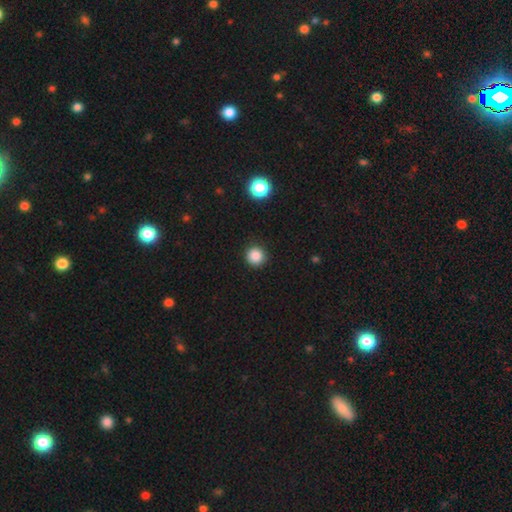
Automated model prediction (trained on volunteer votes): This is clearly a smooth galaxy (86%). How rounded: clearly round (95%). Merging: clearly none (92%).